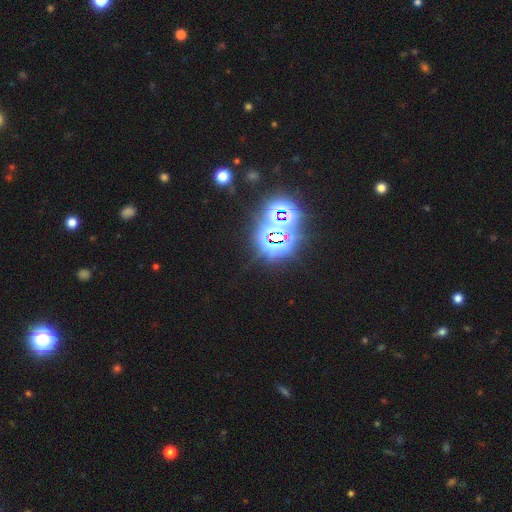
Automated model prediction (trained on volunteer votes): Smooth or featured: star or artifact — 75% (smooth — 14%)